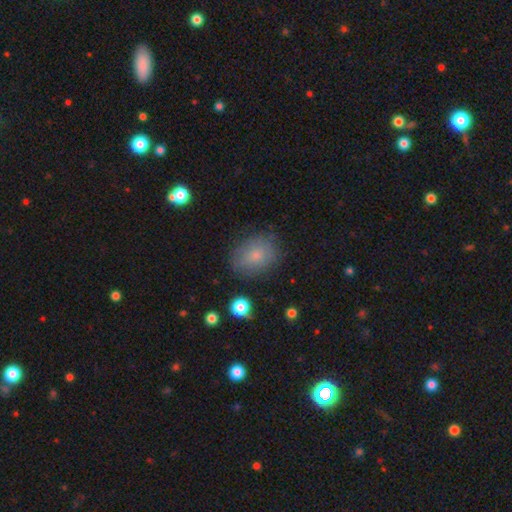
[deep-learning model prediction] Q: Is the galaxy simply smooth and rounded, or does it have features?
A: smooth — 76%.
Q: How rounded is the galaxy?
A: in between — 65%.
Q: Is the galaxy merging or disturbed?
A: none — 78%.